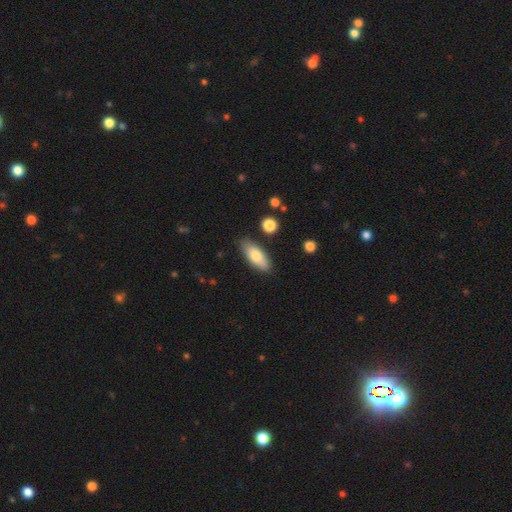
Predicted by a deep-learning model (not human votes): smooth_or_featured: smooth (p=0.75) [alt: featured or disk p=0.19]
how_rounded: in between (p=0.75) [alt: cigar-shaped p=0.22]
merging: none (p=0.83) [alt: minor disturbance p=0.12]